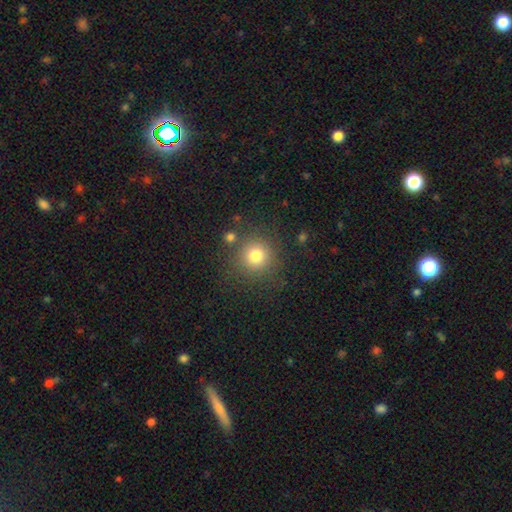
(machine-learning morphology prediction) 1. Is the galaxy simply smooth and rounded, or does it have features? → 78% smooth, 14% star or artifact, 8% featured or disk.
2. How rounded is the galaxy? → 93% round, 6% in between, 1% cigar-shaped.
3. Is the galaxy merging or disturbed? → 81% none, 9% minor disturbance, 5% merger, 4% major disturbance.